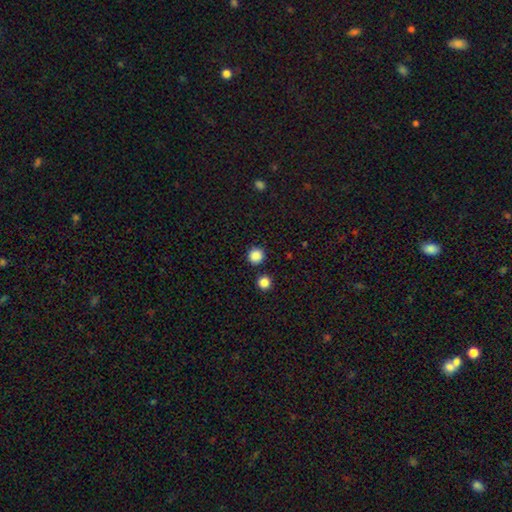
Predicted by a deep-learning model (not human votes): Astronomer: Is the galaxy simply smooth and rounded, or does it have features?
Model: smooth — 87%.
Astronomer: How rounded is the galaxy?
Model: round — 94%.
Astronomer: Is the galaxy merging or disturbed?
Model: none — 88%.